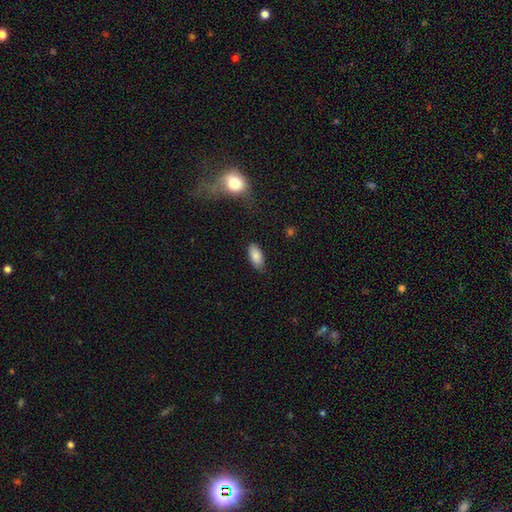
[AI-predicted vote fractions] This is clearly a smooth galaxy (85%). How rounded: clearly in between (92%). Merging: likely none (79%).